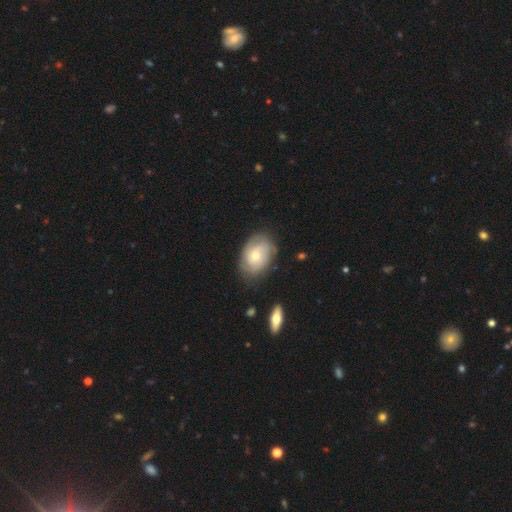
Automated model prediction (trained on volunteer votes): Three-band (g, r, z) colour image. It shows a featured or disk galaxy (47%). Merging: none (71%).